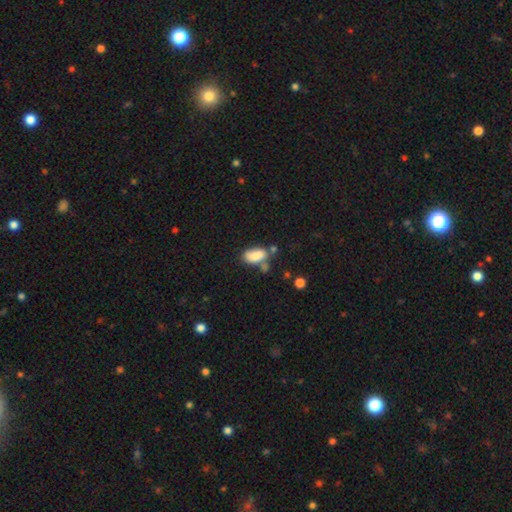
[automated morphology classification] Overall: smooth (81%). How rounded: in between (91%). Merging: none (49%; minor disturbance 22%).